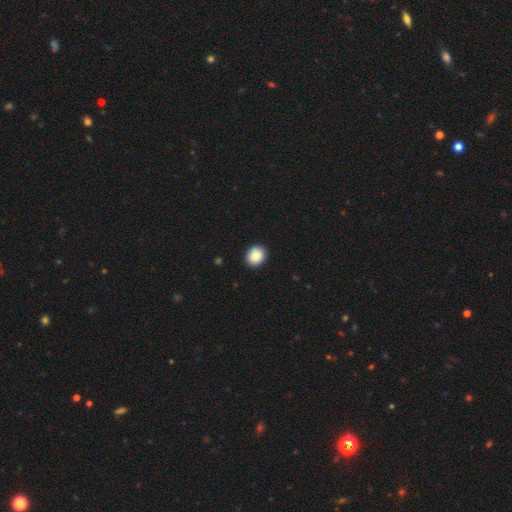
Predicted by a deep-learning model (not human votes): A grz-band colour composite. It shows a smooth galaxy with no disk features (88%) that is round (66%). Merging: none (92%).